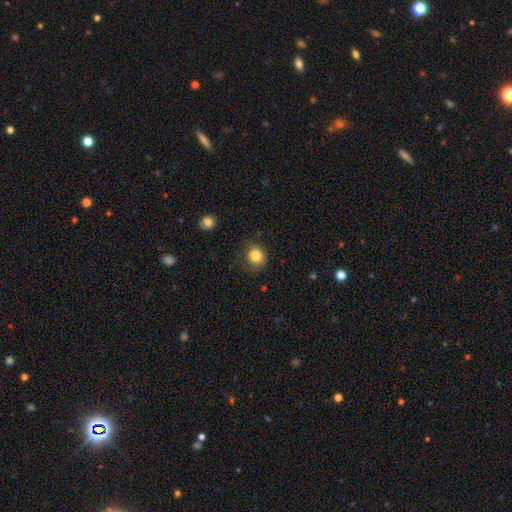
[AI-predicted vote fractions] Morphology: type=smooth (83%); roundness=round (84%); merging=none (76%).